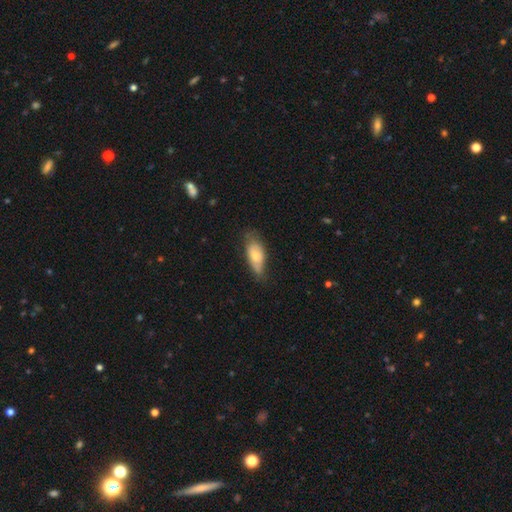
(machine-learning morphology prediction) Smooth or featured? smooth (68%)
How rounded? in between (83%)
Merging? none (57%)